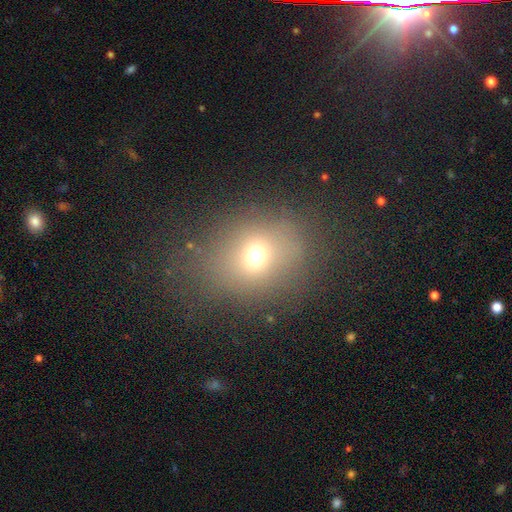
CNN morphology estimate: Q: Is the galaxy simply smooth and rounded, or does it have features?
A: smooth — 66%.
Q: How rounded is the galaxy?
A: round — 67%.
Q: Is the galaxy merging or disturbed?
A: none — 73%.